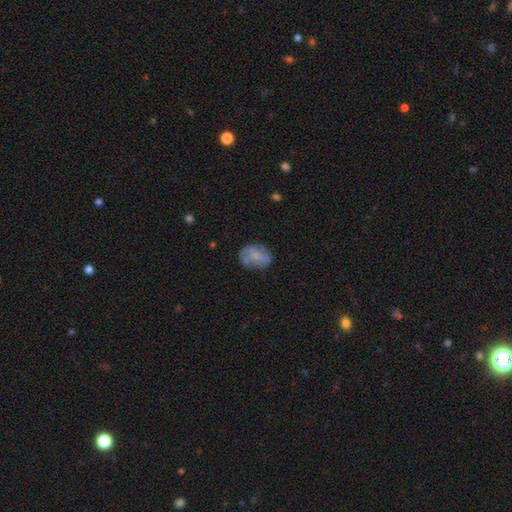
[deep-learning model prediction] A smooth galaxy with no disk features (46%). Merging: none (59%).